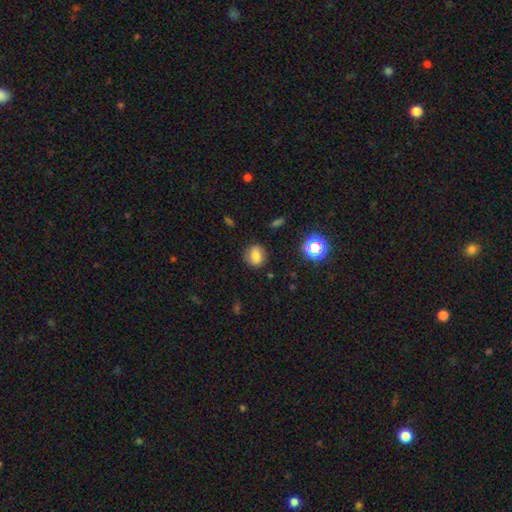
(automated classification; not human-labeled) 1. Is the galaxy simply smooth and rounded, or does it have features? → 72% smooth, 15% star or artifact, 12% featured or disk.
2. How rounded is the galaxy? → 65% round, 33% in between, 1% cigar-shaped.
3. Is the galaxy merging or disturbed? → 82% none, 13% minor disturbance, 4% major disturbance, 2% merger.